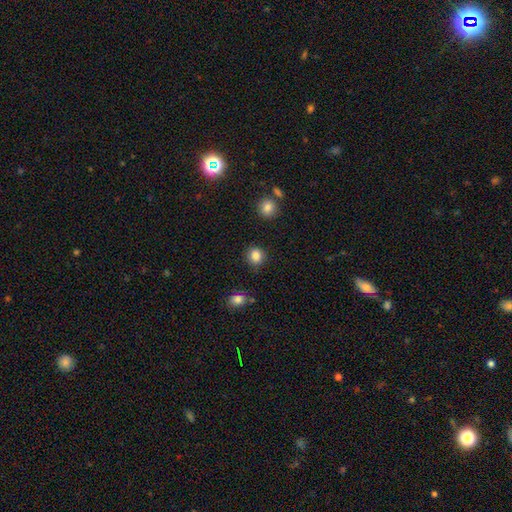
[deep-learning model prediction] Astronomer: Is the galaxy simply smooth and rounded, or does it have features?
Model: smooth — 85%.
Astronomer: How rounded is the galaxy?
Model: round — 86%.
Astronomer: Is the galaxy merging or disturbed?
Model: none — 88%.